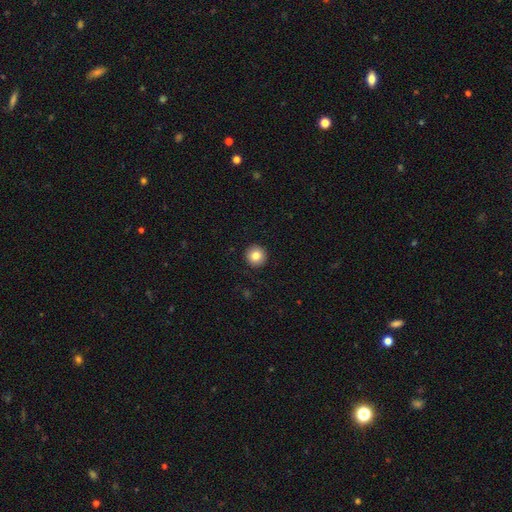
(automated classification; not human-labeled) Smooth or featured: smooth — 83% (star or artifact — 9%)
How rounded: round — 96% (in between — 3%)
Merging: none — 93% (minor disturbance — 5%)